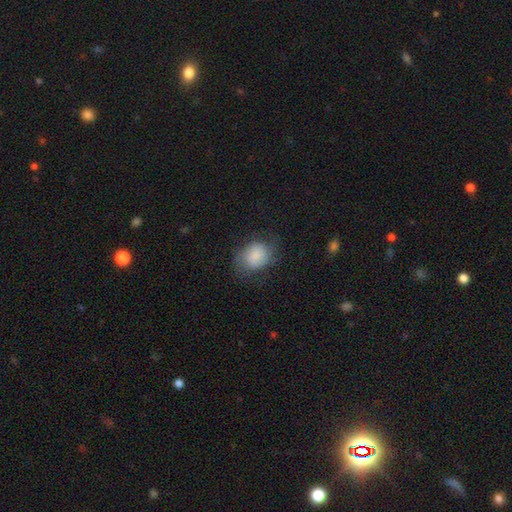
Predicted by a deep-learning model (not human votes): Smooth or featured? Predicted: smooth (p=0.78). How rounded? Predicted: in between (p=0.50). Merging? Predicted: none (p=0.63).